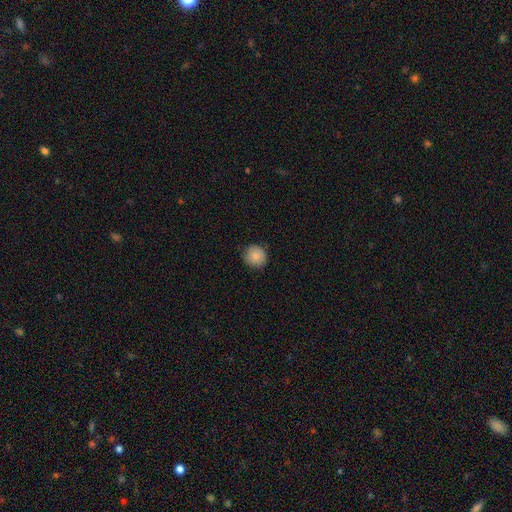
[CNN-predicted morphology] smooth_or_featured: smooth (p=0.87) [alt: star or artifact p=0.08]
how_rounded: round (p=0.90) [alt: in between p=0.09]
merging: none (p=0.86) [alt: minor disturbance p=0.11]